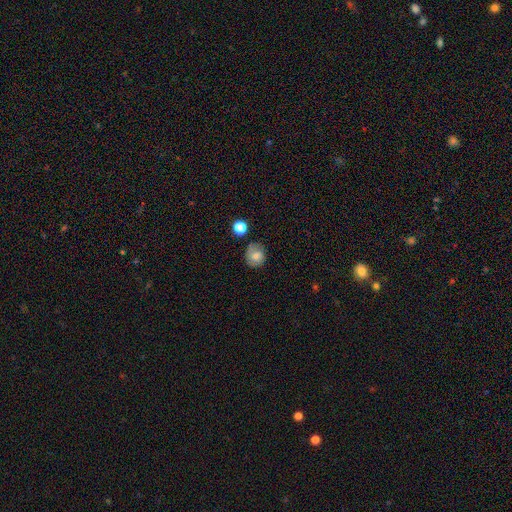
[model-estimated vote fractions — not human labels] smooth_or_featured: smooth (p=0.72) [alt: featured or disk p=0.17]
how_rounded: round (p=0.78) [alt: in between p=0.22]
merging: none (p=0.69) [alt: minor disturbance p=0.21]